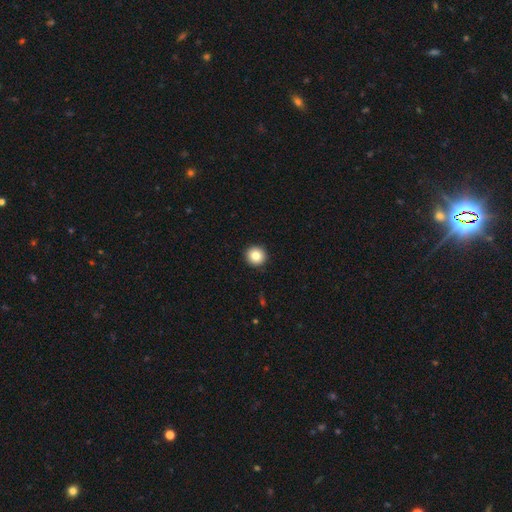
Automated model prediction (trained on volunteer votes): Overall: smooth (84%). How rounded: round (95%). Merging: none (93%).